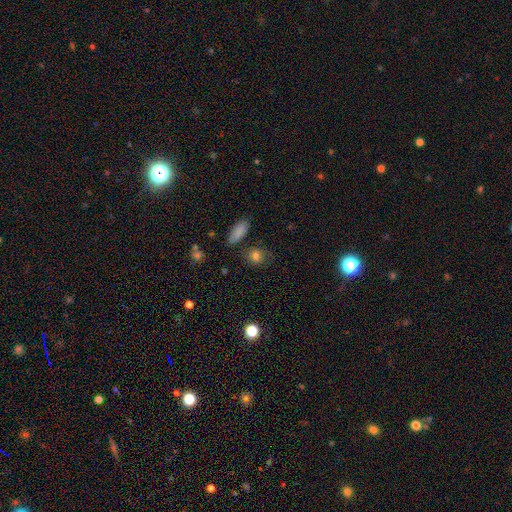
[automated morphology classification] smooth_or_featured: smooth (p=0.79) [alt: star or artifact p=0.12]
how_rounded: round (p=0.64) [alt: in between p=0.33]
merging: none (p=0.74) [alt: minor disturbance p=0.16]